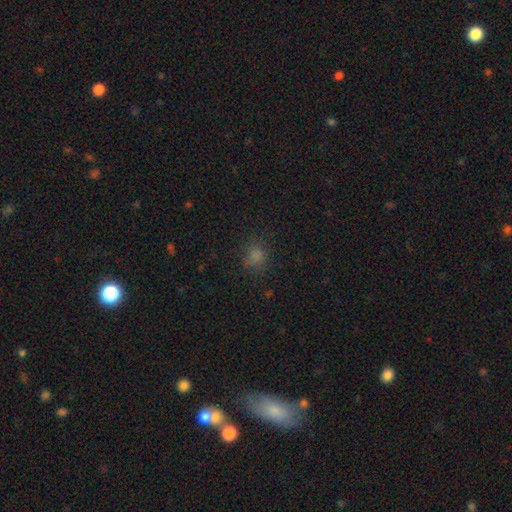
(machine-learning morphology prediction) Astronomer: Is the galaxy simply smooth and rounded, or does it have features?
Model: smooth — 75%.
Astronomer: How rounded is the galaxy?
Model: round — 72%.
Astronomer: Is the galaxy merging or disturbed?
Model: none — 76%.